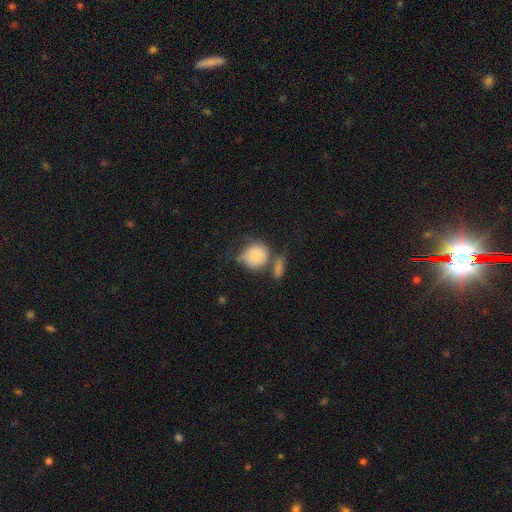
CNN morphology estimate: The model was most divided on "merging": none: 36%, merger: 32%, minor disturbance: 20%, major disturbance: 12%. More confident: how rounded — round (78%); smooth or featured — smooth (77%).